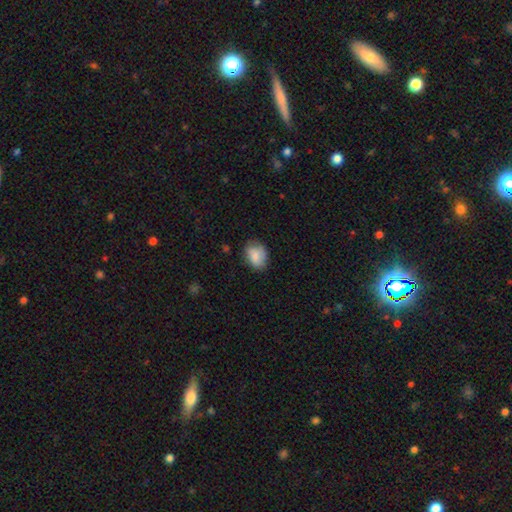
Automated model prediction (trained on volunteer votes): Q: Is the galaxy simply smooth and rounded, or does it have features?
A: smooth — 84%.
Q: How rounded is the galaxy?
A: in between — 69%.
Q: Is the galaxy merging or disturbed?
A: none — 70%.